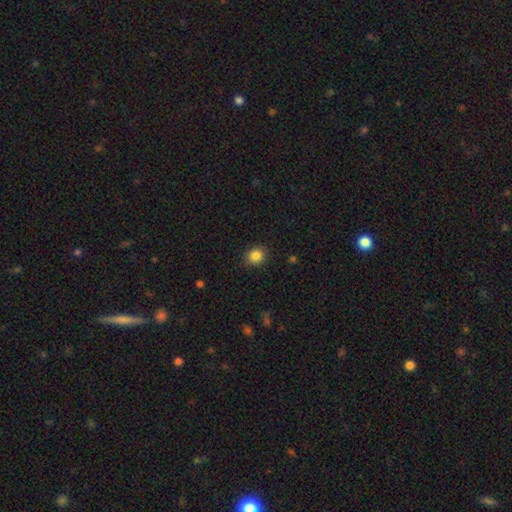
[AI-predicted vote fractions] This appears to be a smooth galaxy with no disk features (85%) that is round (72%). Merging: none (89%).